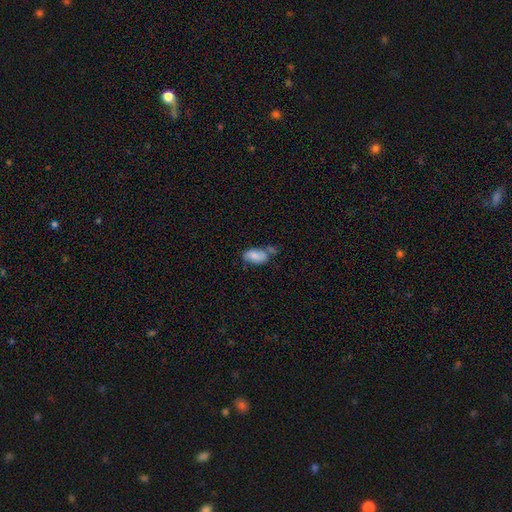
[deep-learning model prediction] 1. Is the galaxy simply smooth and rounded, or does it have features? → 74% smooth, 17% featured or disk, 8% star or artifact.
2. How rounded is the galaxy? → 92% in between, 5% round, 3% cigar-shaped.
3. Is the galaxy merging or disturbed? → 42% none, 25% minor disturbance, 24% merger, 9% major disturbance.